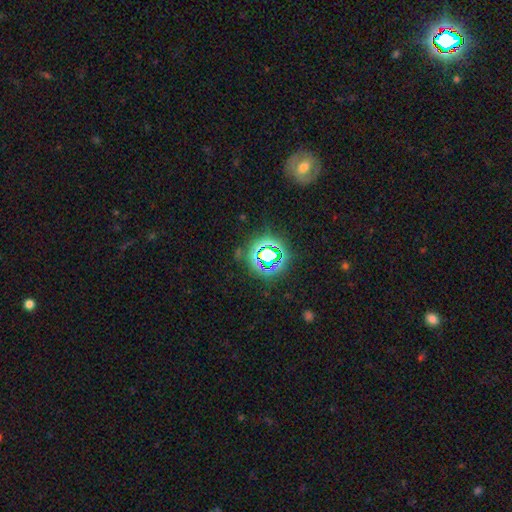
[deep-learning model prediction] A star or artifact, not a galaxy (72%).

Vote fractions:
- Smooth or featured? star or artifact: 72% / smooth: 17% / featured or disk: 11%